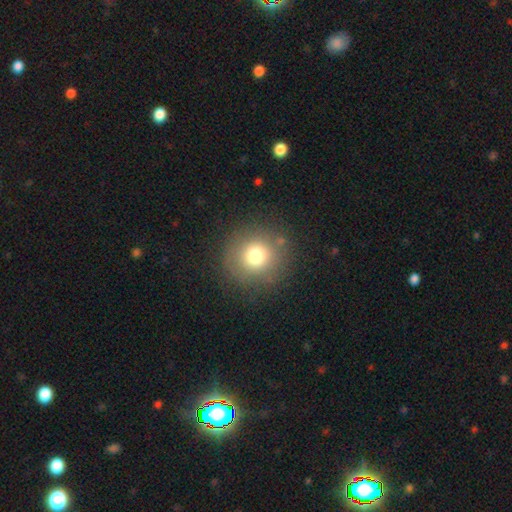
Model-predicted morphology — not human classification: Overall: smooth (74%). How rounded: round (93%). Merging: none (85%).